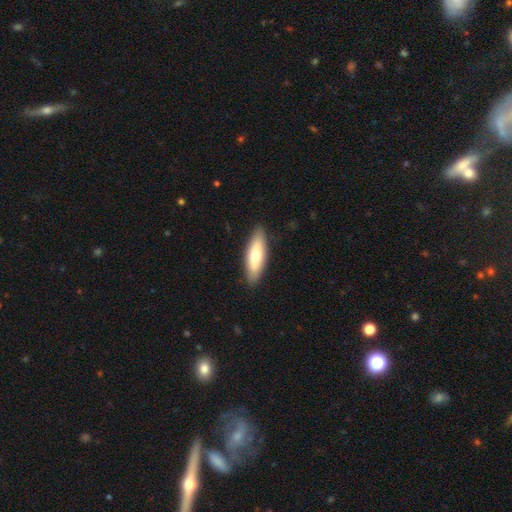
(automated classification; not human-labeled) Smooth or featured? Predicted: smooth (p=0.66). How rounded? Predicted: in between (p=0.53). Merging? Predicted: none (p=0.88).